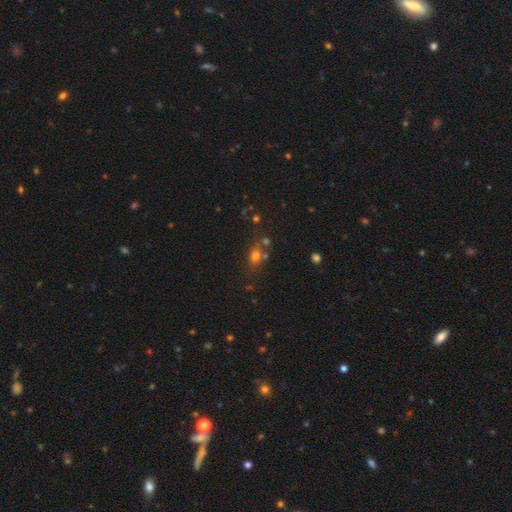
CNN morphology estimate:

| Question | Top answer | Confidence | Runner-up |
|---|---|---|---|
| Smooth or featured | smooth | 67% | star or artifact (21%) |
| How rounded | in between | 52% | round (44%) |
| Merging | none | 58% | merger (22%) |